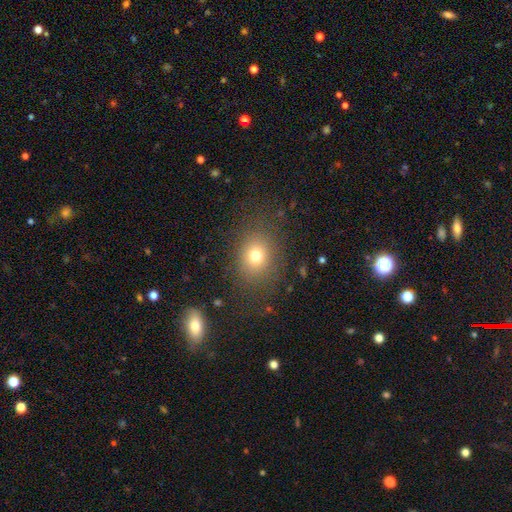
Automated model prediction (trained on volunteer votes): A smooth galaxy with no disk features (74%) that is round (56%).

Vote fractions:
- Smooth or featured? smooth: 74% / star or artifact: 15% / featured or disk: 11%
- How rounded? round: 56% / in between: 43% / cigar-shaped: 1%
- Merging? none: 81% / minor disturbance: 11% / major disturbance: 7% / merger: 2%